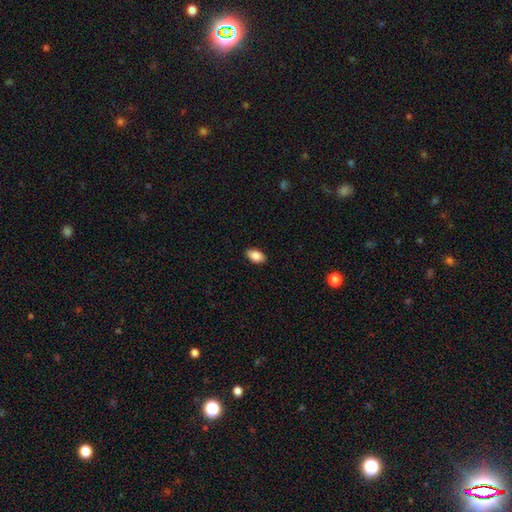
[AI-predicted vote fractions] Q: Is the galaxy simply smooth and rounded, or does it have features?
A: smooth — 86%.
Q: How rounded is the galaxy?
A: in between — 93%.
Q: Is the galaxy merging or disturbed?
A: none — 89%.